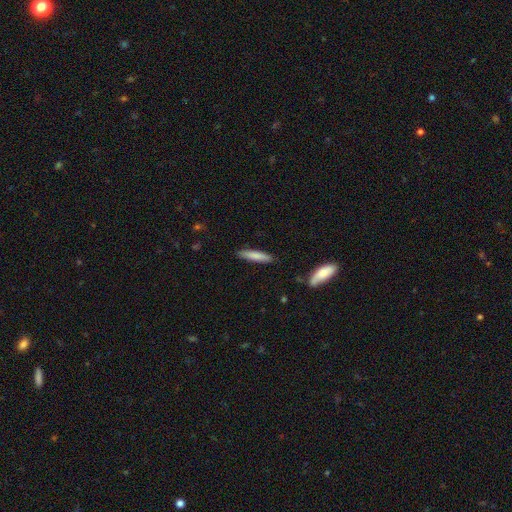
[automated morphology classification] type=smooth (79%); roundness=cigar-shaped (85%); merging=none (87%).